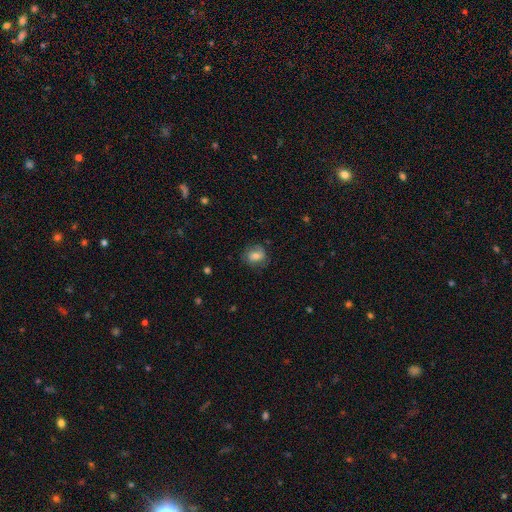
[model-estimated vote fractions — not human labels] Morphology: type=smooth (66%); roundness=round (56%); merging=none (69%).